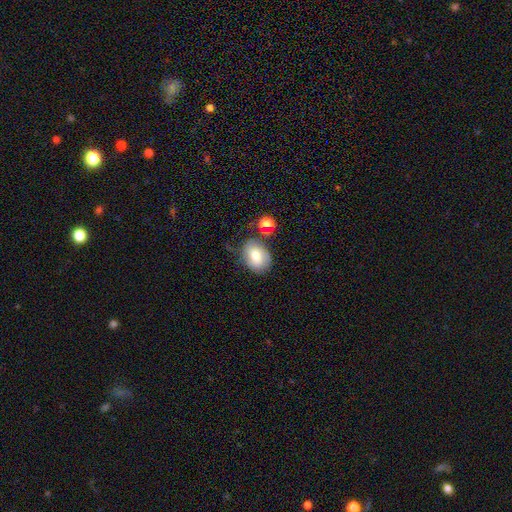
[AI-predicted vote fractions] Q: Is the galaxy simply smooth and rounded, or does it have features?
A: smooth — 71%.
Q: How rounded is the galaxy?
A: in between — 66%.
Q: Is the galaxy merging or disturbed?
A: none — 62%.